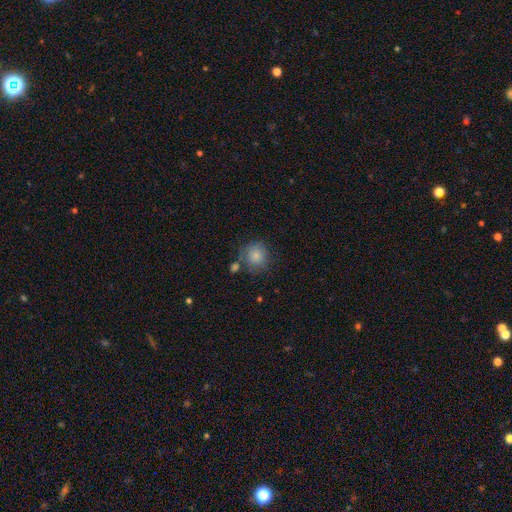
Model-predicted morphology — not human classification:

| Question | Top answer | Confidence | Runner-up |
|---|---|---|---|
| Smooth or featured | smooth | 82% | featured or disk (10%) |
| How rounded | round | 86% | in between (13%) |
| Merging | none | 64% | minor disturbance (18%) |